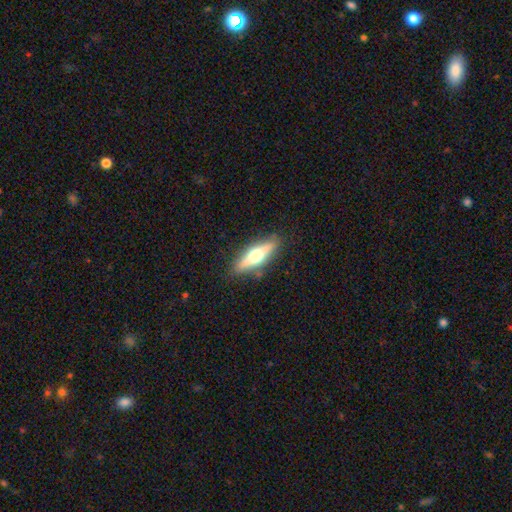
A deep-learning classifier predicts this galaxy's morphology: smooth_or_featured: featured or disk (p=0.60) [alt: smooth p=0.34]
disk_edge_on: yes (p=0.93) [alt: no p=0.07]
edge_on_bulge: rounded (p=0.95) [alt: boxy p=0.03]
merging: none (p=0.86) [alt: minor disturbance p=0.10]